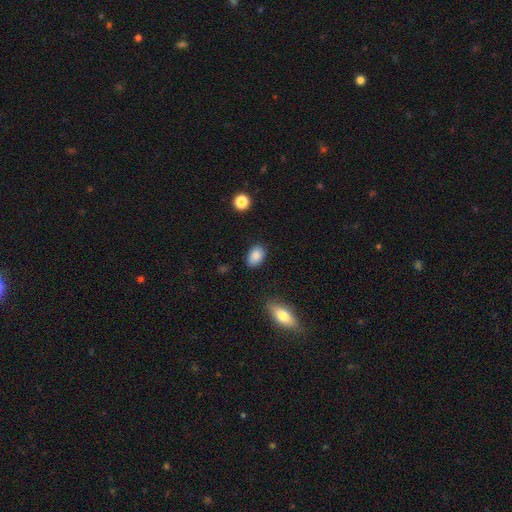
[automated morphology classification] A smooth galaxy with no disk features (88%) that is in between round and cigar-shaped (87%). Merging: none (83%).